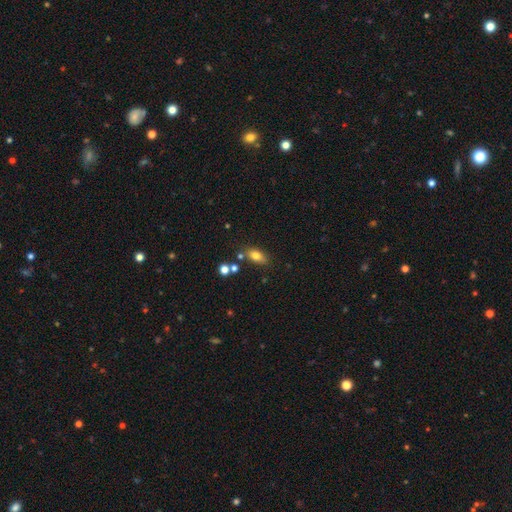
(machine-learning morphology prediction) smooth_or_featured: smooth (p=0.76) [alt: featured or disk p=0.13]
how_rounded: in between (p=0.82) [alt: round p=0.10]
merging: none (p=0.72) [alt: minor disturbance p=0.15]